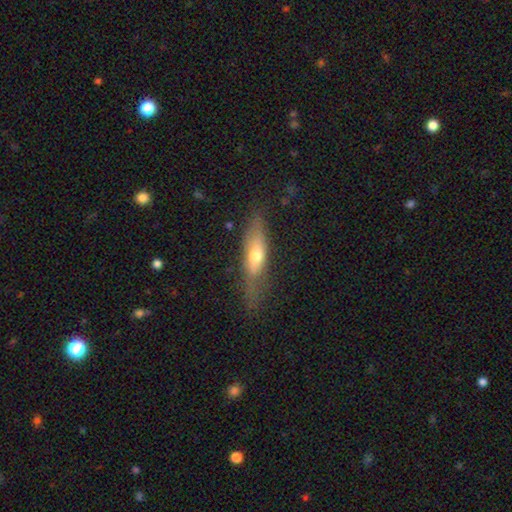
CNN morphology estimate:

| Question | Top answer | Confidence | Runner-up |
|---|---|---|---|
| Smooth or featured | smooth | 53% | featured or disk (40%) |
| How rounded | cigar-shaped | 57% | in between (40%) |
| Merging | none | 65% | minor disturbance (23%) |